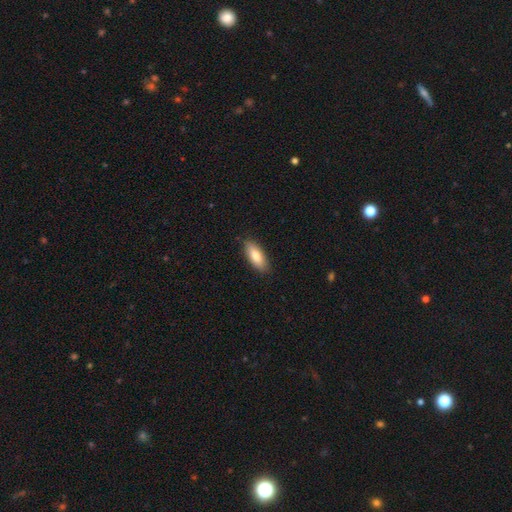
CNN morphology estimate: type=smooth (83%); roundness=in between (75%); merging=none (88%).